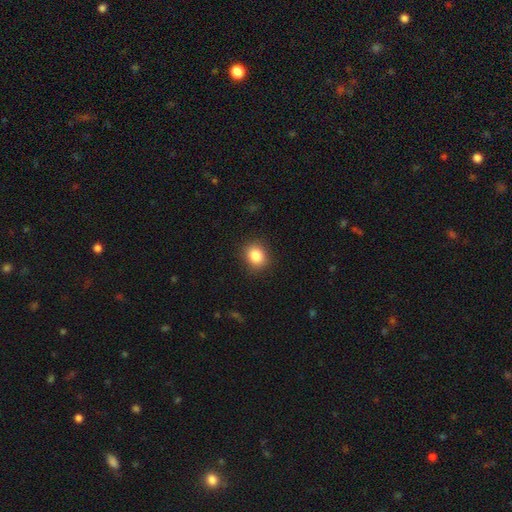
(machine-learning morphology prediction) Smooth or featured?
  - smooth: 85% *
  - star or artifact: 10%
  - featured or disk: 5%
How rounded?
  - round: 69% *
  - in between: 30%
  - cigar-shaped: 1%
Merging?
  - none: 88% *
  - minor disturbance: 8%
  - major disturbance: 3%
  - merger: 1%